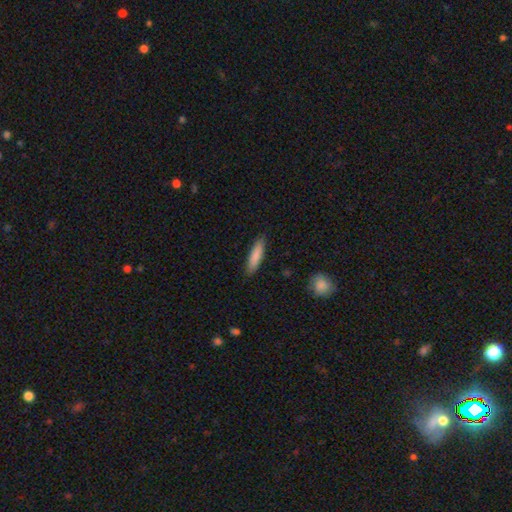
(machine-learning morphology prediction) This is clearly a smooth galaxy (84%). How rounded: likely cigar-shaped (78%). Merging: clearly none (88%).